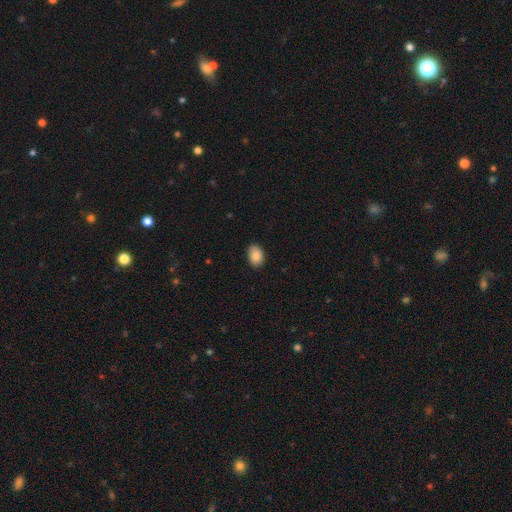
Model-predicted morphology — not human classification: Smooth or featured? Predicted: smooth (p=0.88). How rounded? Predicted: in between (p=0.81). Merging? Predicted: none (p=0.84).